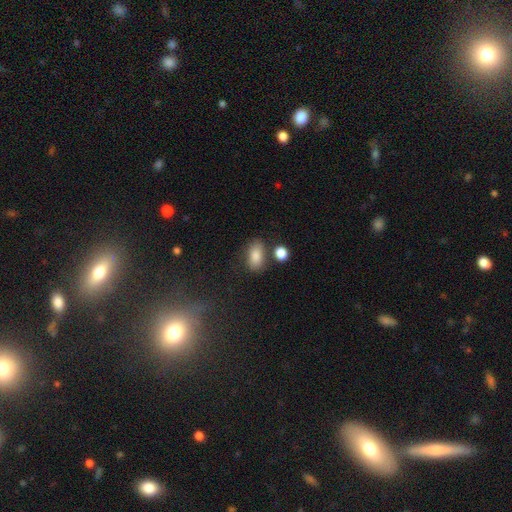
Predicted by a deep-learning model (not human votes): smooth-or-featured: smooth: 84% | star or artifact: 9% | featured or disk: 8%
  how-rounded: in between: 87% | round: 10% | cigar-shaped: 2%
  merging: none: 68% | minor disturbance: 17% | merger: 10% | major disturbance: 6%